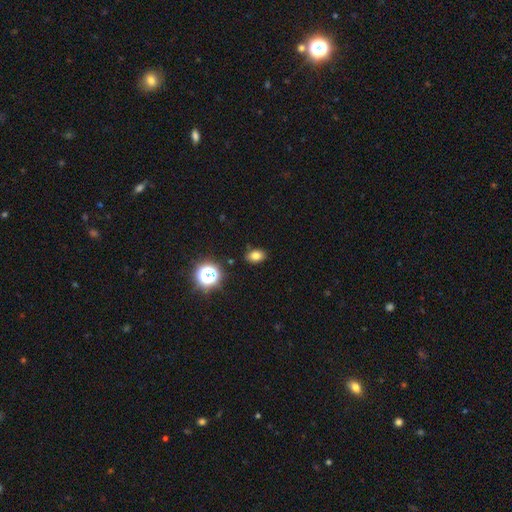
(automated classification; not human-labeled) Smooth or featured? smooth (76%)
How rounded? in between (80%)
Merging? none (87%)